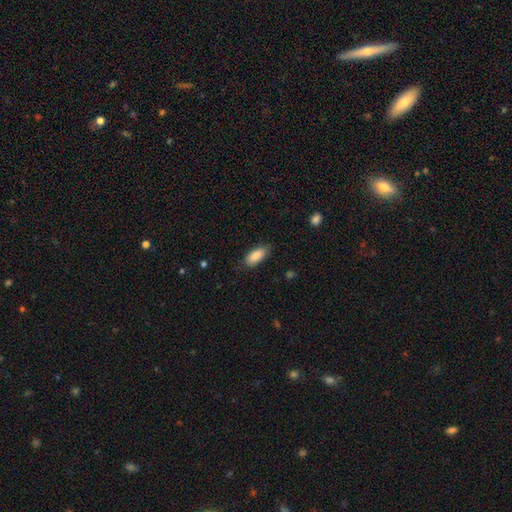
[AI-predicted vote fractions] This is clearly a smooth galaxy (88%). How rounded: clearly in between (87%). Merging: clearly none (82%).